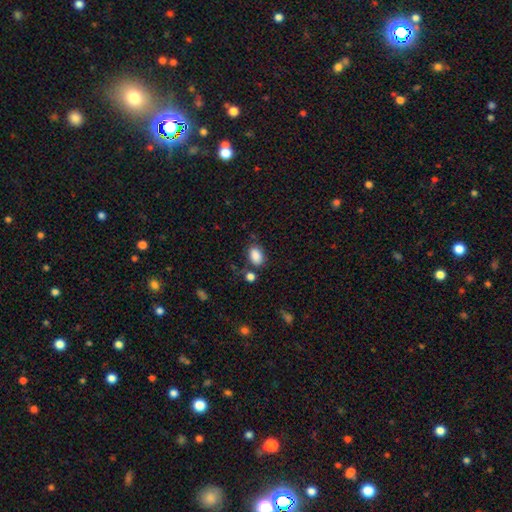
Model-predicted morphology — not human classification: This appears to be a smooth galaxy with no disk features (86%) that is in between round and cigar-shaped (83%). Merging: none (69%).